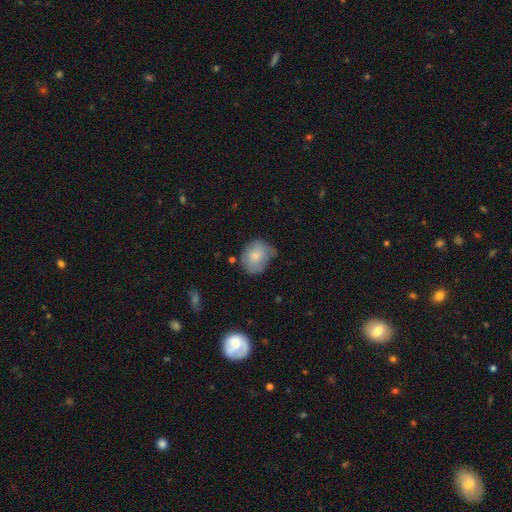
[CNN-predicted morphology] smooth-or-featured: smooth: 75% | featured or disk: 18% | star or artifact: 7%
  how-rounded: round: 52% | in between: 47% | cigar-shaped: 1%
  merging: none: 47% | minor disturbance: 38% | major disturbance: 11% | merger: 4%